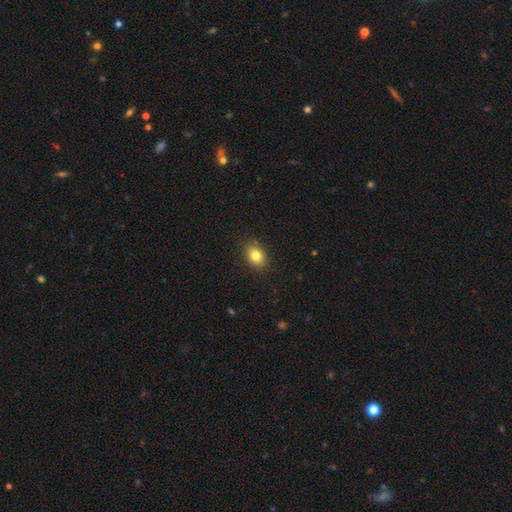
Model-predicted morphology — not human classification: A smooth galaxy with no disk features (82%) that is in between round and cigar-shaped (66%).

Vote fractions:
- Smooth or featured? smooth: 82% / star or artifact: 10% / featured or disk: 8%
- How rounded? in between: 66% / round: 33% / cigar-shaped: 1%
- Merging? none: 87% / minor disturbance: 10% / major disturbance: 2% / merger: 1%